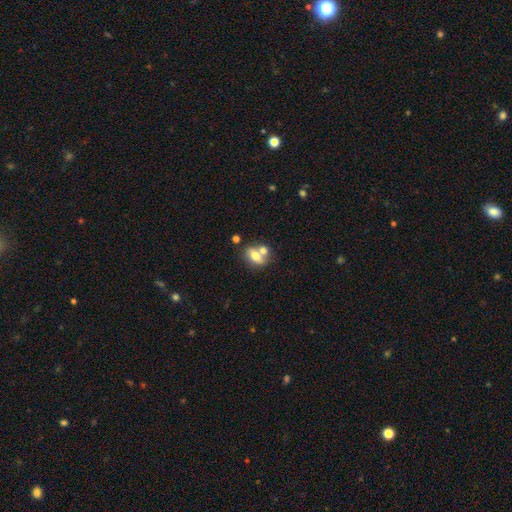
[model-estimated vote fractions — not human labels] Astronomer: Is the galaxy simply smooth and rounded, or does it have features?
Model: smooth — 67%.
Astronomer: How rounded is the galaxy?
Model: in between — 74%.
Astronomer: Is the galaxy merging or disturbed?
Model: none — 43% (runner-up: merger, 41%).